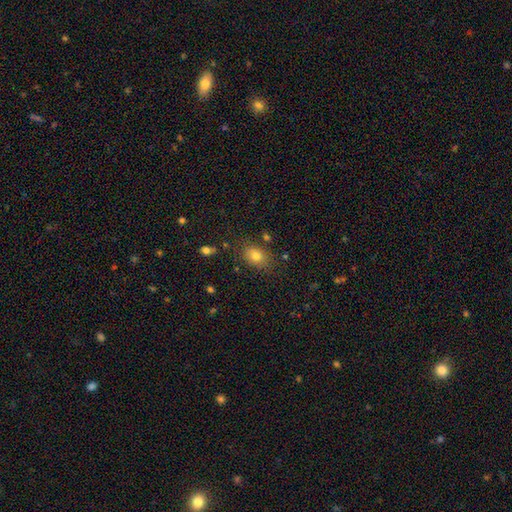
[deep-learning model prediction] Morphology: type=smooth (79%); roundness=in between (69%); merging=none (79%).